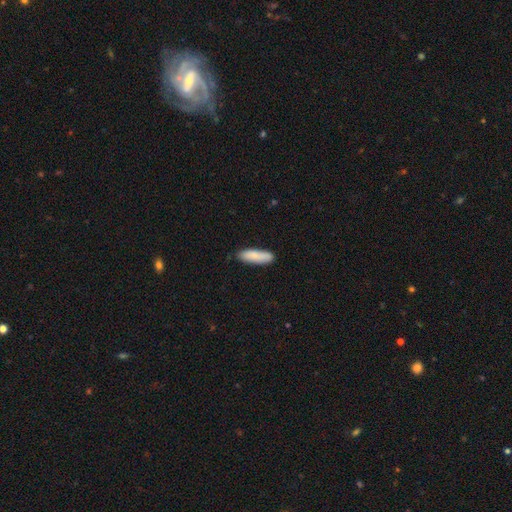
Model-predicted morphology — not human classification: Q: Smooth or featured?
A: smooth (85%); runner-up: featured or disk (9%)
Q: How rounded?
A: cigar-shaped (51%); runner-up: in between (47%)
Q: Merging?
A: none (80%); runner-up: minor disturbance (16%)